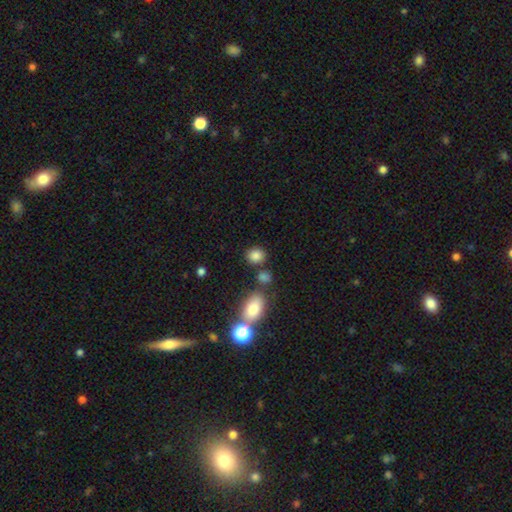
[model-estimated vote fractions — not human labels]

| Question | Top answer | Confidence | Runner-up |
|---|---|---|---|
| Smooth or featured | smooth | 84% | star or artifact (11%) |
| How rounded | round | 67% | in between (32%) |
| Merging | none | 75% | merger (11%) |